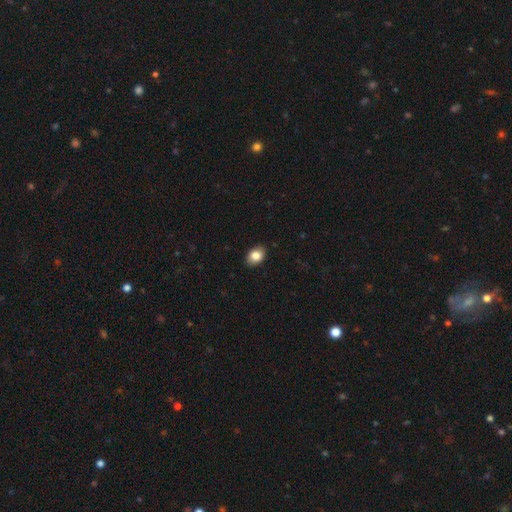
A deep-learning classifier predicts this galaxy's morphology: A smooth galaxy with no disk features (85%) that is in between round and cigar-shaped (77%).

Vote fractions:
- Smooth or featured? smooth: 85% / star or artifact: 8% / featured or disk: 7%
- How rounded? in between: 77% / round: 22% / cigar-shaped: 1%
- Merging? none: 87% / minor disturbance: 10% / major disturbance: 2% / merger: 1%